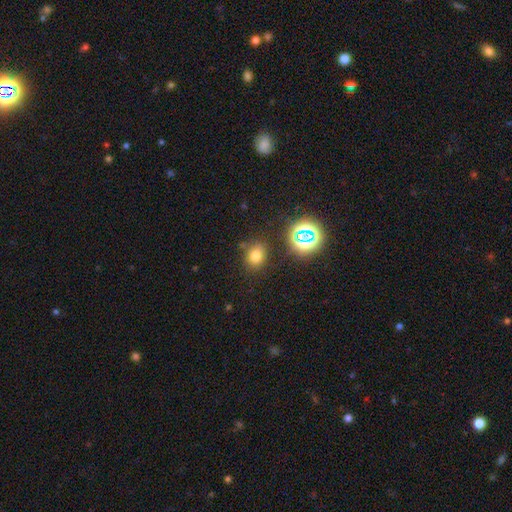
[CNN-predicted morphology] smooth 71%, star or artifact 21%, featured or disk 8%. Down the decision tree: how rounded — round (52%); merging — none (78%).